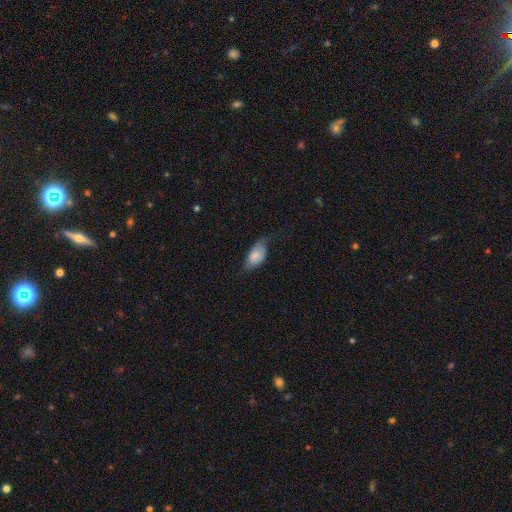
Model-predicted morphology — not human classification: This appears to be a smooth galaxy with no disk features (75%) that is in between round and cigar-shaped (93%). Merging: none (47%).